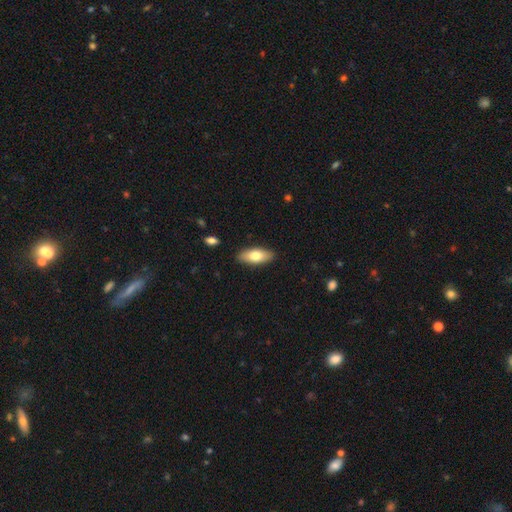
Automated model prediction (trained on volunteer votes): smooth-or-featured: smooth: 74% | featured or disk: 20% | star or artifact: 6%
  how-rounded: in between: 82% | cigar-shaped: 15% | round: 3%
  merging: none: 89% | minor disturbance: 9% | major disturbance: 2% | merger: 1%